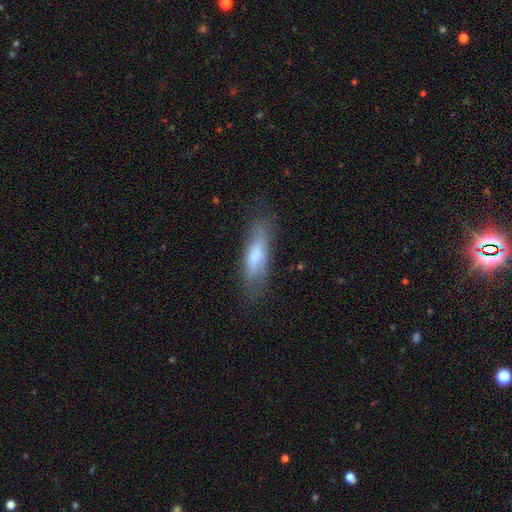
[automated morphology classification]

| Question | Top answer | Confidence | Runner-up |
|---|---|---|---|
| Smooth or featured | smooth | 69% | featured or disk (25%) |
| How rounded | cigar-shaped | 56% | in between (42%) |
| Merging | none | 68% | minor disturbance (22%) |